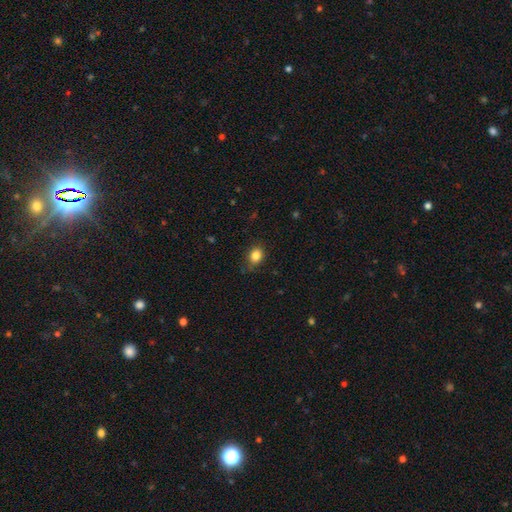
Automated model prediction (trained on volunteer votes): The model was most divided on "how rounded": in between: 53%, round: 46%, cigar-shaped: 1%. More confident: smooth or featured — smooth (84%); merging — none (78%).